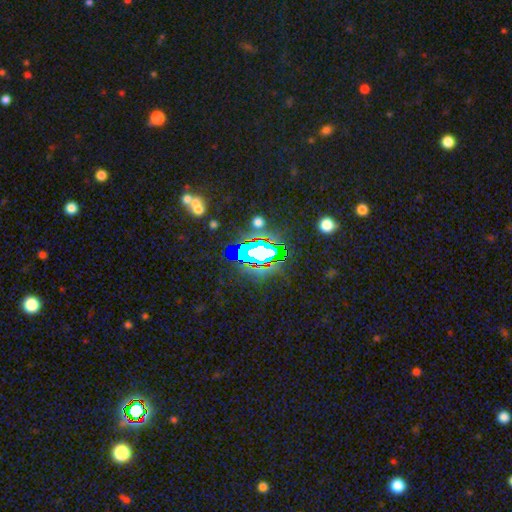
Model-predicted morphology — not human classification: This is likely a star or artifact rather than a galaxy (64%).